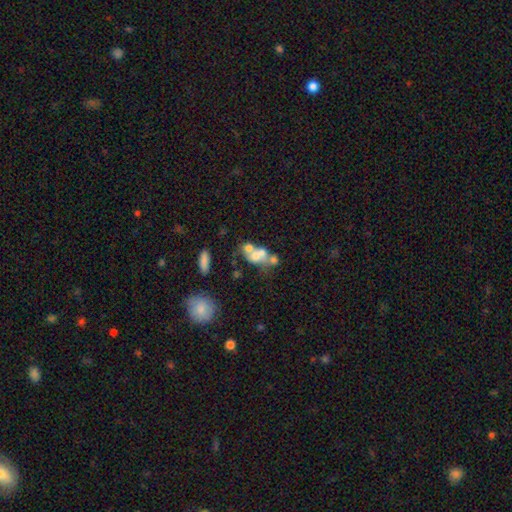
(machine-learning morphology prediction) smooth 49%, featured or disk 37%, star or artifact 14%. Down the decision tree: merging — merger (58%).